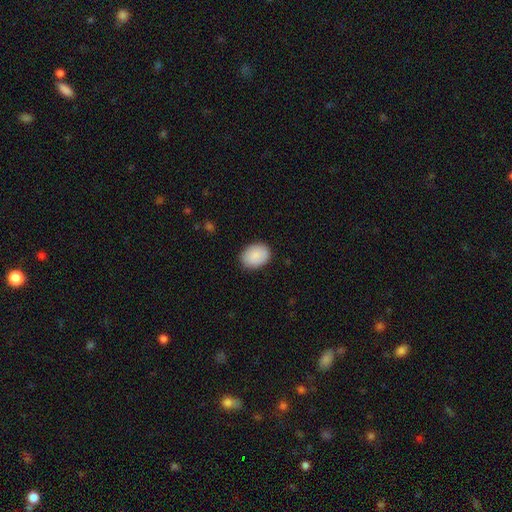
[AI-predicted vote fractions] Morphology: type=smooth (89%); roundness=in between (68%); merging=none (86%).